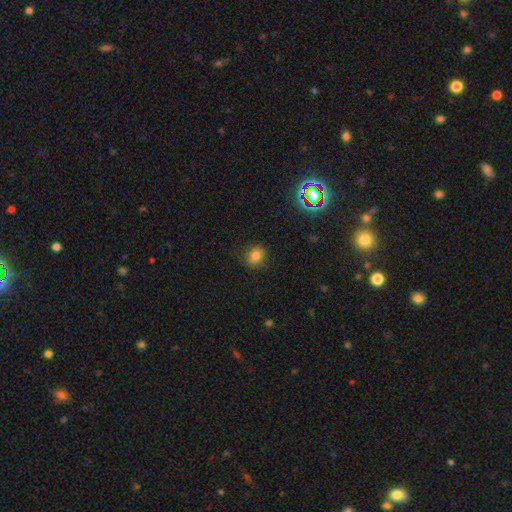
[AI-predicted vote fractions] smooth-or-featured: smooth: 80% | star or artifact: 13% | featured or disk: 7%
  how-rounded: round: 51% | in between: 48% | cigar-shaped: 1%
  merging: none: 80% | minor disturbance: 15% | major disturbance: 4% | merger: 1%